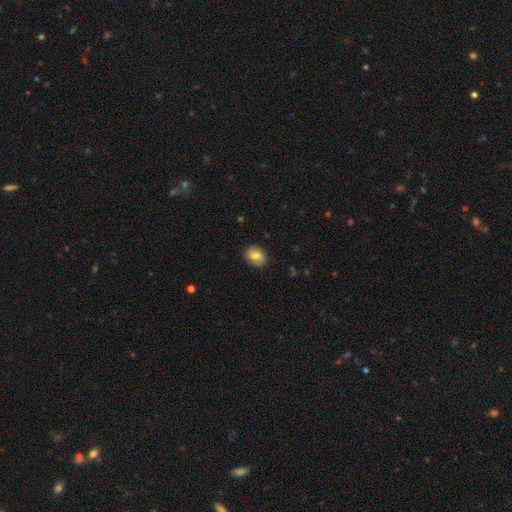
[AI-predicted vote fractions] A smooth galaxy with no disk features (74%) that is in between round and cigar-shaped (68%). Merging: none (85%).